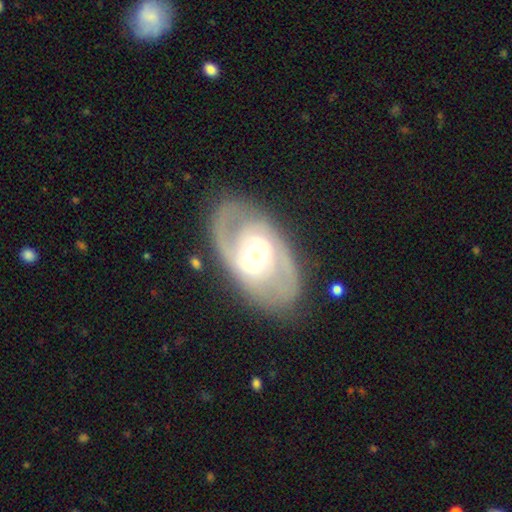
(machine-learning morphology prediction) Smooth or featured?
  - featured or disk: 78% *
  - smooth: 16%
  - star or artifact: 6%
Edge-on disk?
  - no: 93% *
  - yes: 7%
Bar?
  - weak: 42% *
  - no: 31%
  - strong: 27%
Spiral arms?
  - yes: 77% *
  - no: 23%
Spiral winding?
  - tight: 42% *
  - medium: 40%
  - loose: 18%
Spiral arm count?
  - 2: 71% *
  - can't tell: 17%
  - 1: 4%
  - 3: 4%
  - 4: 2%
  - more than 4: 2%
Bulge size?
  - moderate: 62% *
  - large: 21%
  - small: 14%
  - dominant: 2%
  - none: 1%
Merging?
  - none: 78% *
  - minor disturbance: 13%
  - major disturbance: 7%
  - merger: 2%